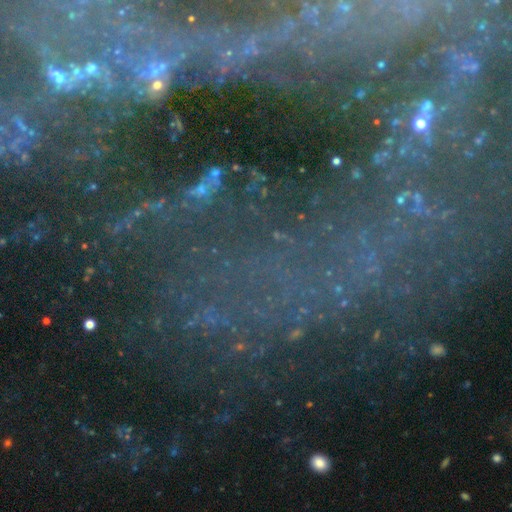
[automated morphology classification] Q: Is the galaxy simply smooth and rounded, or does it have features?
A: star or artifact — 55%.